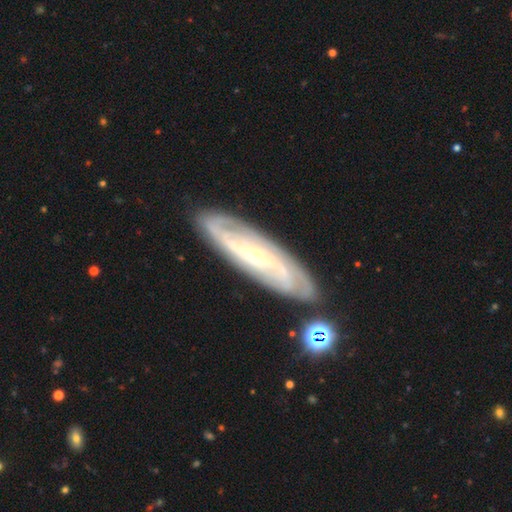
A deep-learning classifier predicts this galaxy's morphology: This appears to be a featured or disk galaxy (82%) with no bar (57%), 2 (36%) tight (54%) spiral arms (95%) and a small central bulge (76%). Merging: none (82%).